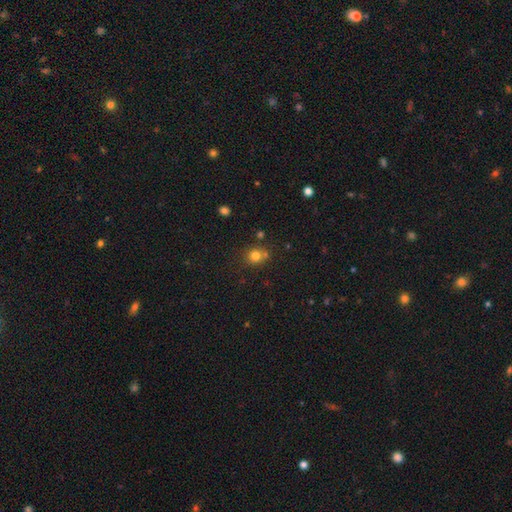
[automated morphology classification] Smooth or featured: smooth — 77% (star or artifact — 15%)
How rounded: round — 80% (in between — 19%)
Merging: none — 67% (merger — 17%)